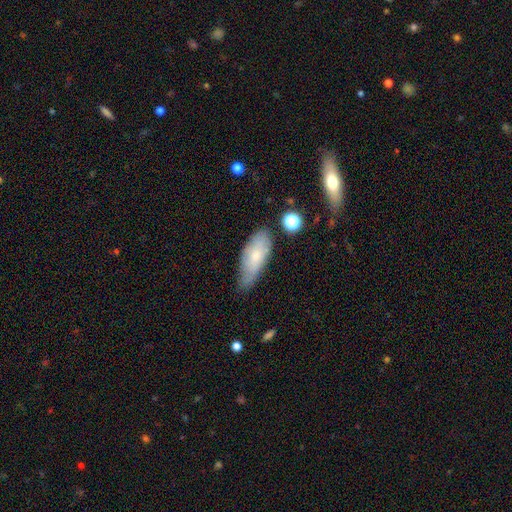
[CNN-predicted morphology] type=smooth (65%); roundness=in between (79%); merging=none (57%).